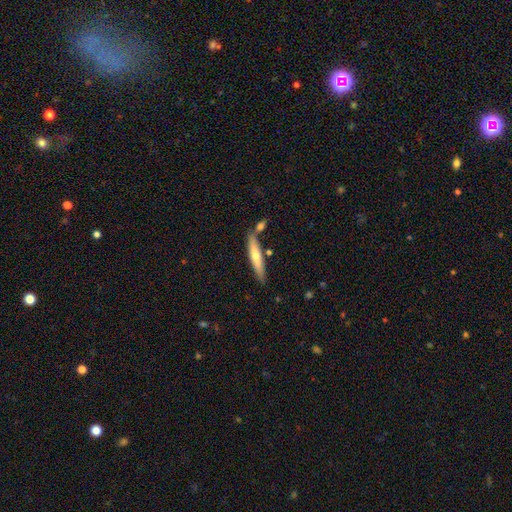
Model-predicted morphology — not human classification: Q: Smooth or featured?
A: smooth (56%); runner-up: featured or disk (38%)
Q: How rounded?
A: cigar-shaped (87%); runner-up: in between (12%)
Q: Merging?
A: none (72%); runner-up: minor disturbance (13%)